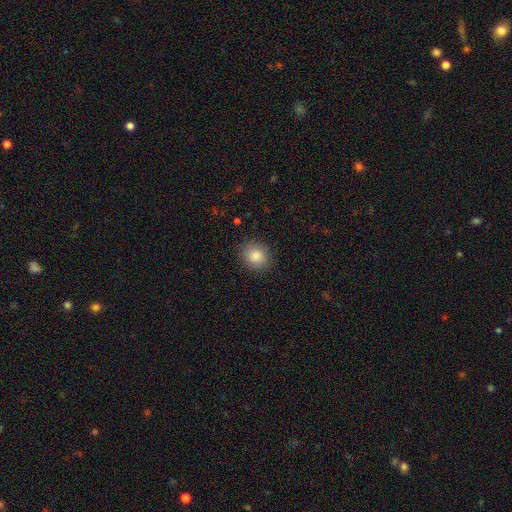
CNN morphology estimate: Smooth or featured?
  - smooth: 85% *
  - star or artifact: 10%
  - featured or disk: 5%
How rounded?
  - round: 79% *
  - in between: 20%
  - cigar-shaped: 1%
Merging?
  - none: 89% *
  - minor disturbance: 8%
  - major disturbance: 2%
  - merger: 1%